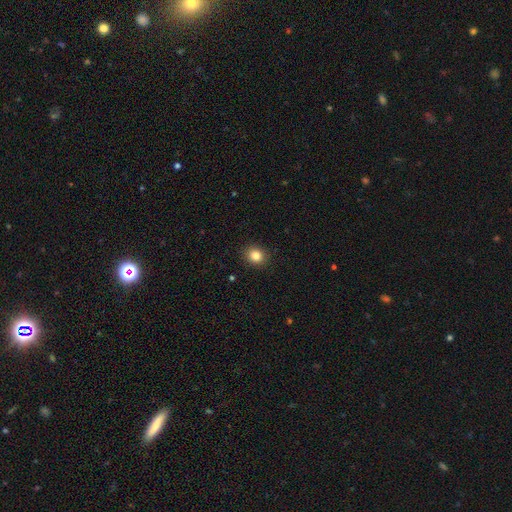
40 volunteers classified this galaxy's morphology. Volunteers were most divided on "how rounded": round: 69%, in between: 31%, cigar-shaped: 0%. More confident: merging — none (100%); smooth or featured — smooth (88%).